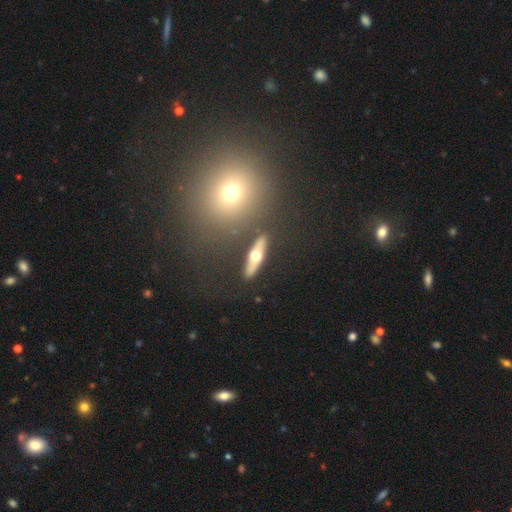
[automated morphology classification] The model was most divided on "smooth or featured": featured or disk: 52%, smooth: 42%, star or artifact: 6%. More confident: merging — none (85%); edge-on disk — yes (82%).